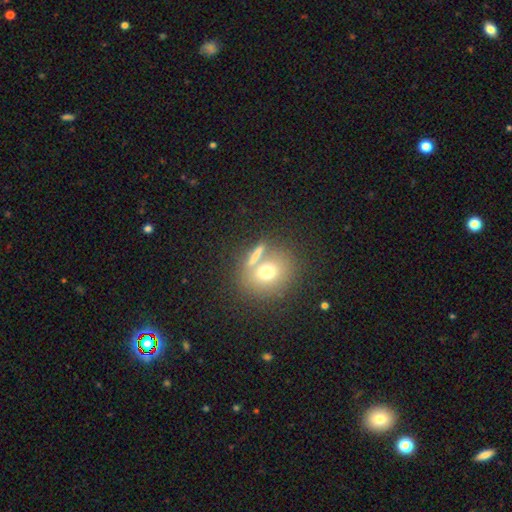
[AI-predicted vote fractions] A smooth galaxy with no disk features (67%) that is round (68%).

Vote fractions:
- Smooth or featured? smooth: 67% / featured or disk: 20% / star or artifact: 13%
- How rounded? round: 68% / in between: 25% / cigar-shaped: 7%
- Merging? none: 63% / merger: 21% / minor disturbance: 10% / major disturbance: 6%